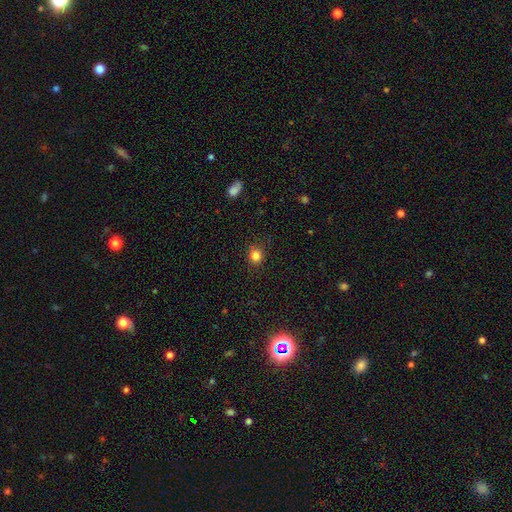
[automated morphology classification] Overall: smooth (81%). How rounded: round (85%). Merging: none (86%).